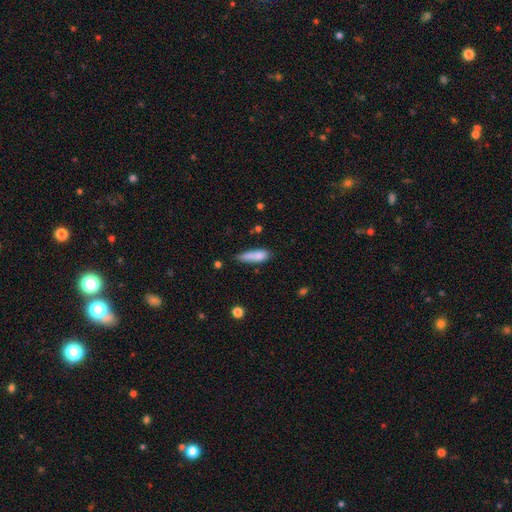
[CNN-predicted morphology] Smooth or featured? Predicted: smooth (p=0.80). How rounded? Predicted: cigar-shaped (p=0.58). Merging? Predicted: none (p=0.50).